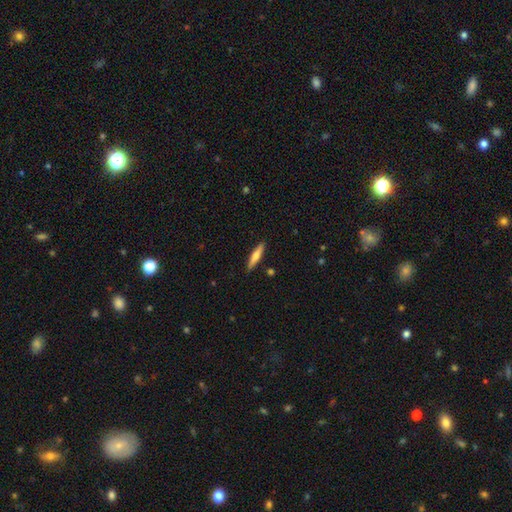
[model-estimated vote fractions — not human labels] This is possibly a smooth galaxy (53%). How rounded: clearly cigar-shaped (88%). Merging: clearly none (89%).